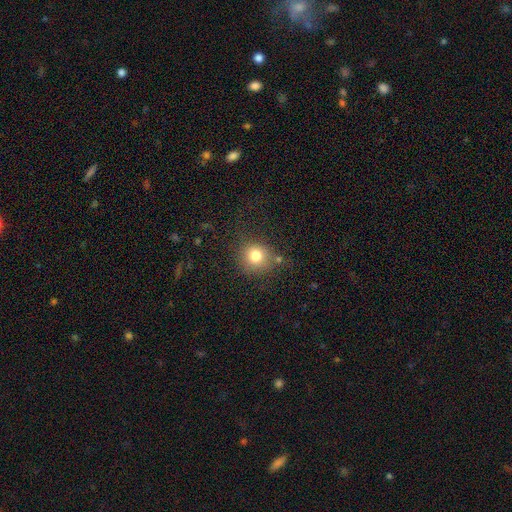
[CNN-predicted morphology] The model was most divided on "merging": none: 75%, minor disturbance: 14%, major disturbance: 6%, merger: 5%. More confident: how rounded — round (90%); smooth or featured — smooth (78%).